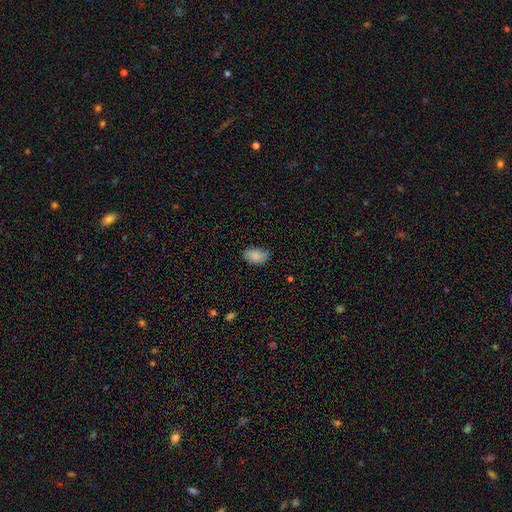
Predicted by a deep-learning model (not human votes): smooth-or-featured: smooth: 83% | featured or disk: 10% | star or artifact: 7%
  how-rounded: in between: 91% | round: 8% | cigar-shaped: 1%
  merging: none: 79% | minor disturbance: 17% | major disturbance: 3% | merger: 1%